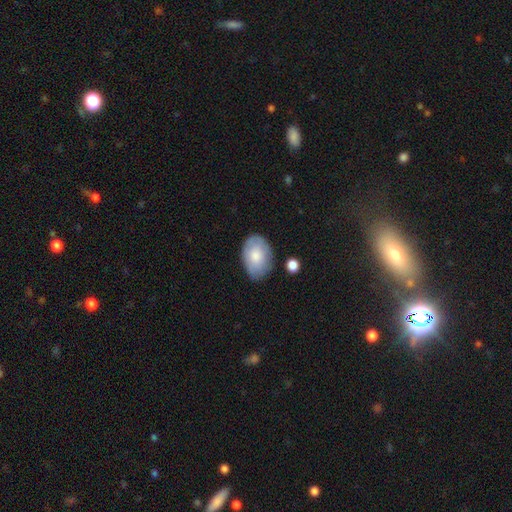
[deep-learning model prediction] smooth 77%, featured or disk 17%, star or artifact 6%. Down the decision tree: how rounded — in between (88%); merging — none (75%).